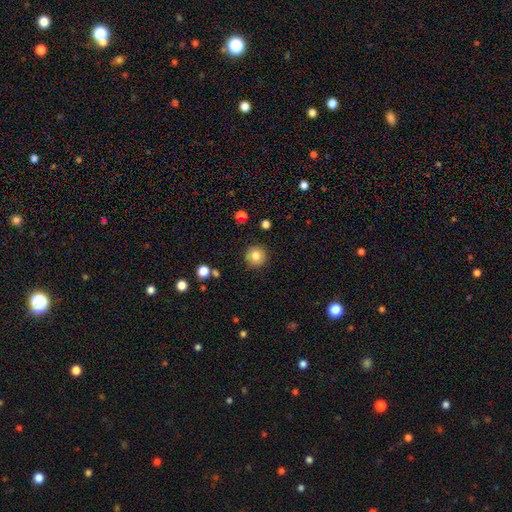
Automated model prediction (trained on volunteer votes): The model was most divided on "smooth or featured": smooth: 82%, star or artifact: 10%, featured or disk: 8%. More confident: how rounded — round (95%); merging — none (90%).